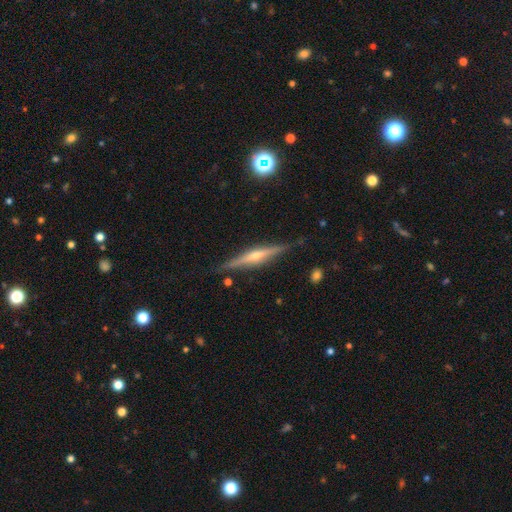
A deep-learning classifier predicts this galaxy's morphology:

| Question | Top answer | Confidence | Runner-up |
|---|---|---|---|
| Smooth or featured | featured or disk | 79% | smooth (14%) |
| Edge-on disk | yes | 98% | no (2%) |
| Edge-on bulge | rounded | 85% | none (8%) |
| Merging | none | 88% | minor disturbance (9%) |